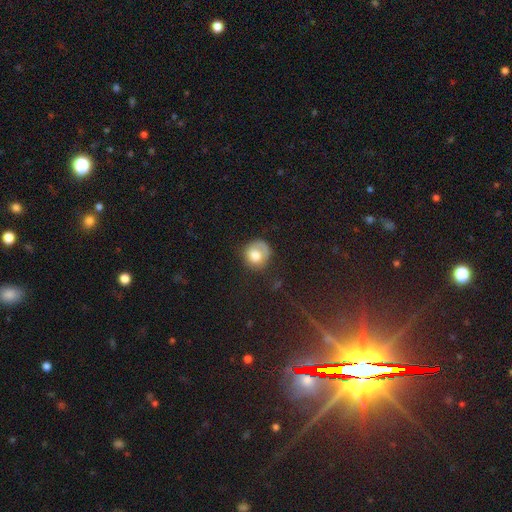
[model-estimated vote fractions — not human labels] Overall: smooth (75%). How rounded: round (83%). Merging: none (57%; minor disturbance 27%).